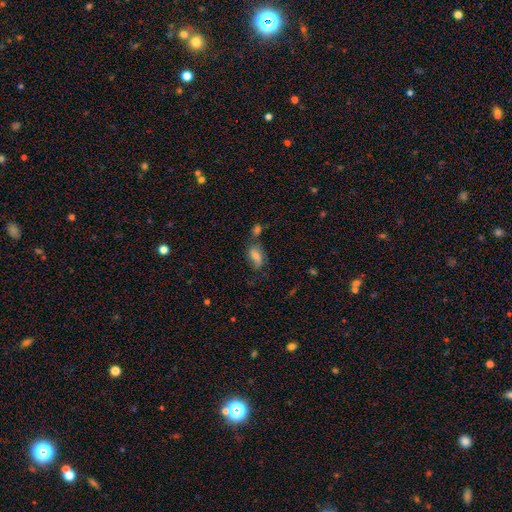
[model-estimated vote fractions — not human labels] A smooth galaxy with no disk features (56%) that is in between round and cigar-shaped (84%). Merging: none (50%).